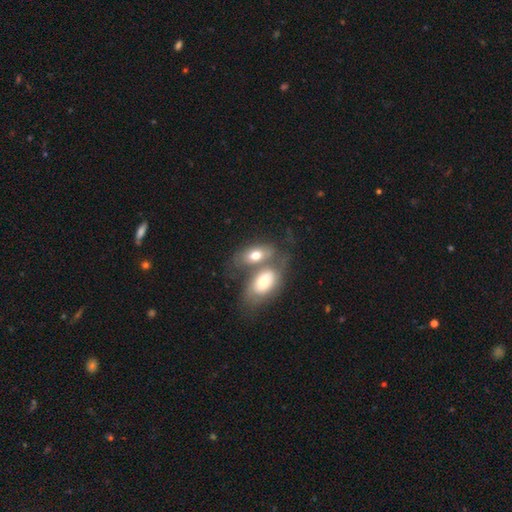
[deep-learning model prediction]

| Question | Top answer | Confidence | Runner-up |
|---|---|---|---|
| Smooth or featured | smooth | 62% | featured or disk (32%) |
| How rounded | in between | 90% | round (7%) |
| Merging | merger | 63% | none (22%) |